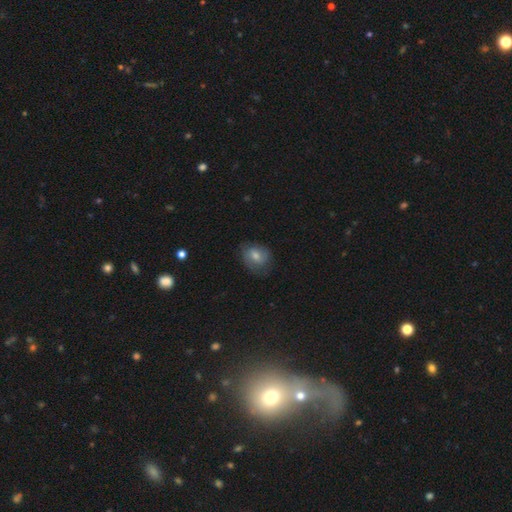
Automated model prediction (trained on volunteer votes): This is likely a smooth galaxy (64%). How rounded: possibly round (56%). Merging: likely none (68%).